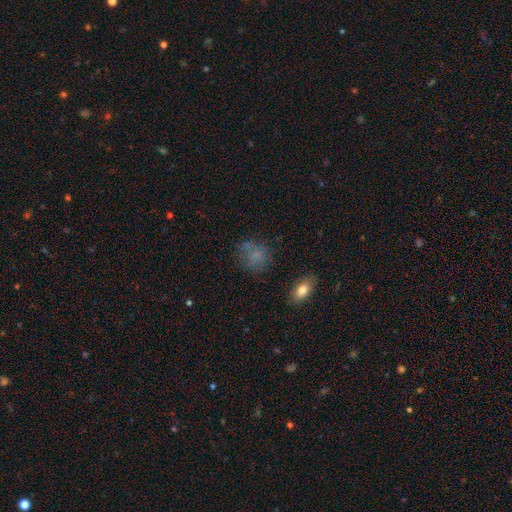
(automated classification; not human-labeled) Overall: smooth (72%). How rounded: round (72%). Merging: none (65%).